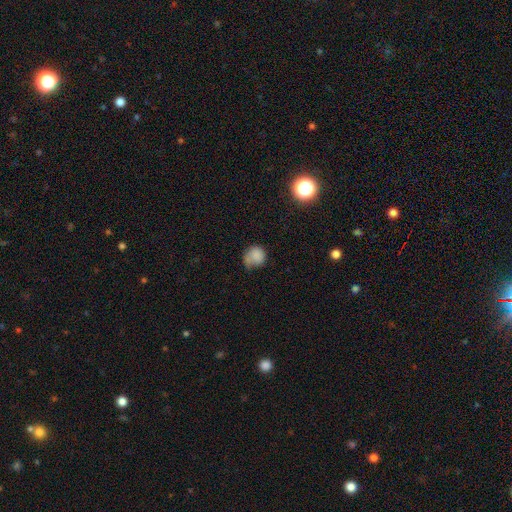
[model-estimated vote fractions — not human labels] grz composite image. It shows a smooth galaxy with no disk features (81%) that is round (77%). Merging: none (43%).